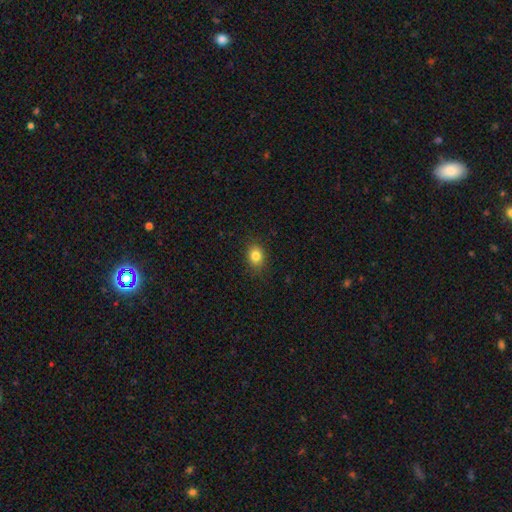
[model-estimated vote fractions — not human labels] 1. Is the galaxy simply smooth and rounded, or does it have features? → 83% smooth, 11% star or artifact, 6% featured or disk.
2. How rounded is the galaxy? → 51% in between, 48% round, 1% cigar-shaped.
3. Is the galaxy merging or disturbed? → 87% none, 10% minor disturbance, 2% major disturbance, 1% merger.